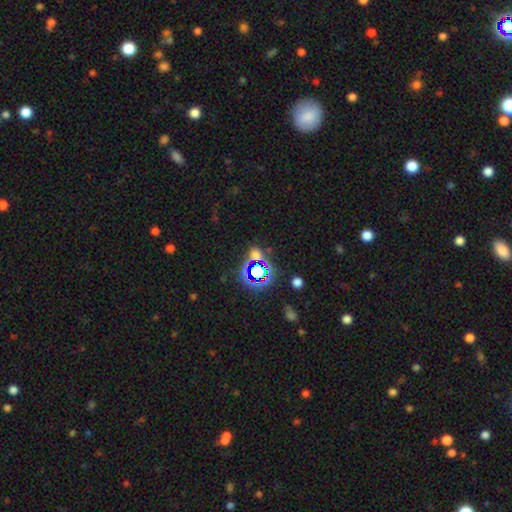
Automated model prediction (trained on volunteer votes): Q: Smooth or featured?
A: star or artifact (63%); runner-up: smooth (29%)